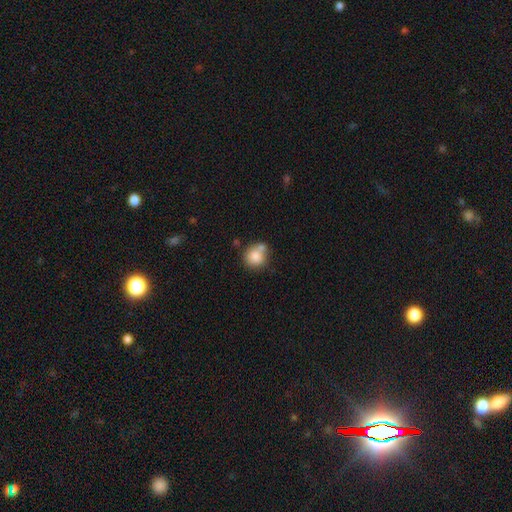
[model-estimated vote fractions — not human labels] smooth-or-featured: smooth: 81% | featured or disk: 10% | star or artifact: 9%
  how-rounded: round: 80% | in between: 19% | cigar-shaped: 1%
  merging: none: 50% | merger: 29% | minor disturbance: 17% | major disturbance: 5%